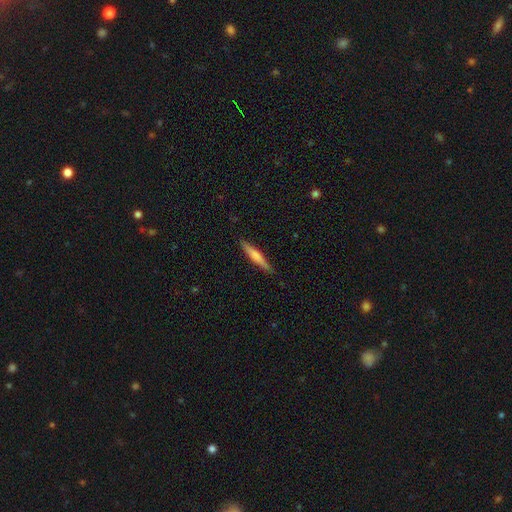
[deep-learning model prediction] Smooth or featured?
  - smooth: 60% *
  - featured or disk: 35%
  - star or artifact: 5%
How rounded?
  - cigar-shaped: 93% *
  - in between: 5%
  - round: 1%
Merging?
  - none: 89% *
  - minor disturbance: 8%
  - major disturbance: 2%
  - merger: 1%